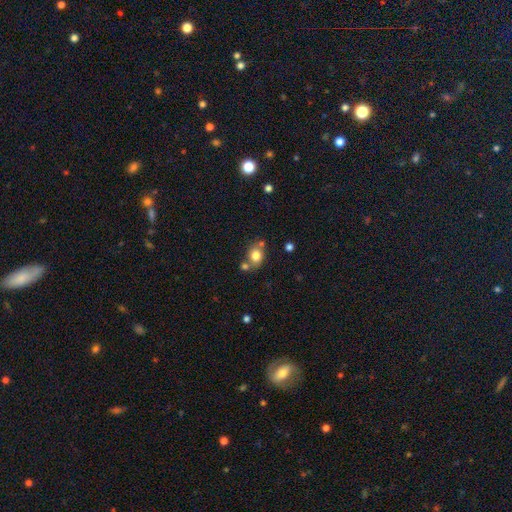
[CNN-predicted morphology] A smooth galaxy with no disk features (78%) that is round (57%). Merging: none (60%).